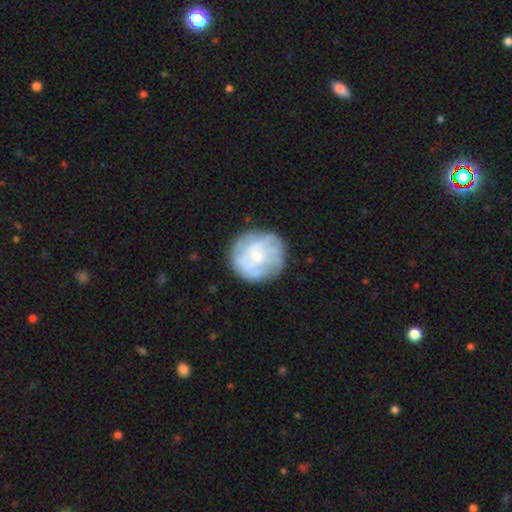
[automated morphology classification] Smooth or featured? featured or disk (57%)
Edge-on disk? no (98%)
Bar? no (68%)
Spiral arms? yes (60%)
Bulge size? small (49%)
Merging? none (76%)